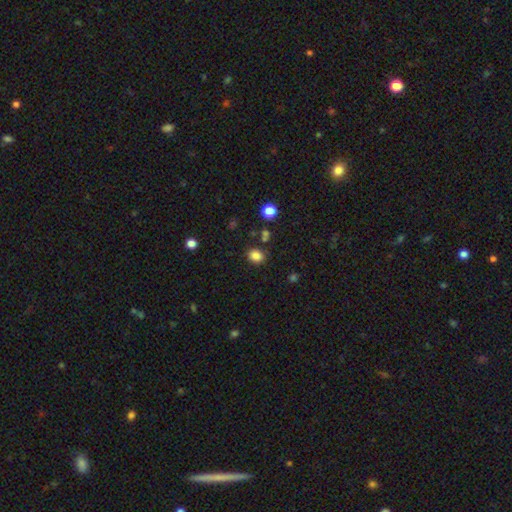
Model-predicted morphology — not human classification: Smooth or featured?
  - smooth: 84% *
  - star or artifact: 12%
  - featured or disk: 4%
How rounded?
  - round: 56% *
  - in between: 43%
  - cigar-shaped: 1%
Merging?
  - none: 82% *
  - minor disturbance: 11%
  - merger: 4%
  - major disturbance: 3%